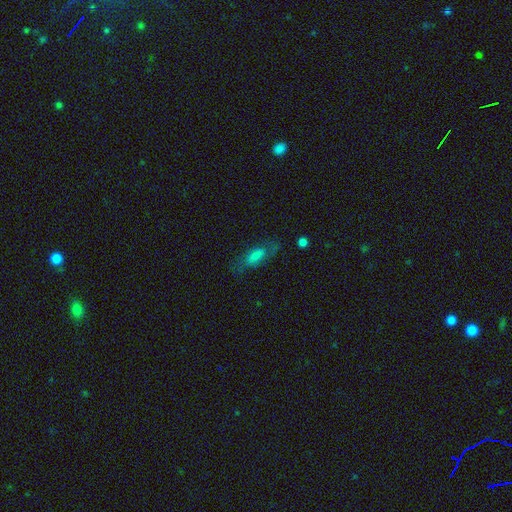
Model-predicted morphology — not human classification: A smooth galaxy with no disk features (52%) that is in between round and cigar-shaped (74%).

Vote fractions:
- Smooth or featured? smooth: 52% / featured or disk: 38% / star or artifact: 10%
- How rounded? in between: 74% / cigar-shaped: 22% / round: 4%
- Merging? none: 64% / minor disturbance: 20% / major disturbance: 14% / merger: 2%